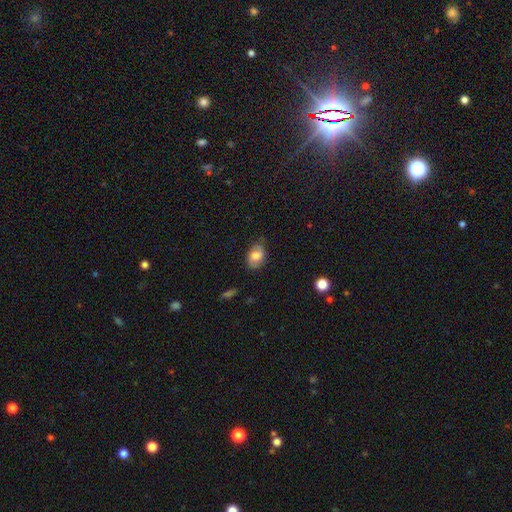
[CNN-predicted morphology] This is likely a smooth galaxy (63%). How rounded: likely in between (80%). Merging: likely none (67%).